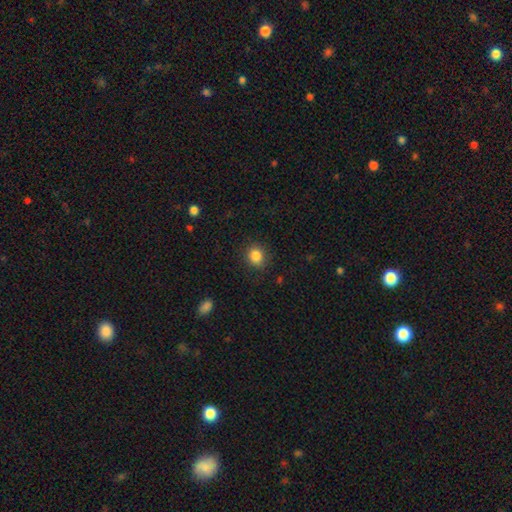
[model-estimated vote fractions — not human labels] smooth 85%, star or artifact 10%, featured or disk 4%. Down the decision tree: how rounded — round (78%); merging — none (87%).